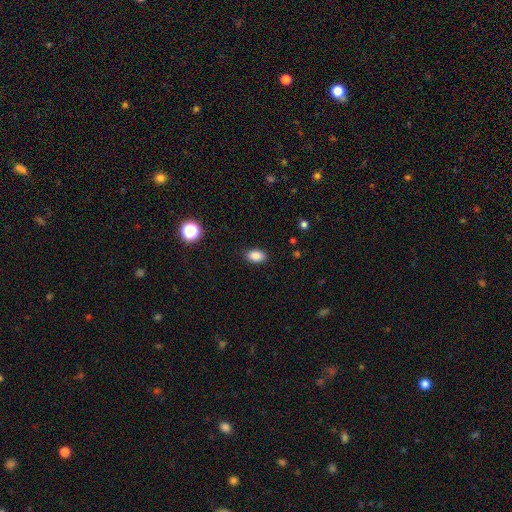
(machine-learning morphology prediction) Overall: smooth (87%). How rounded: in between (90%). Merging: none (88%).